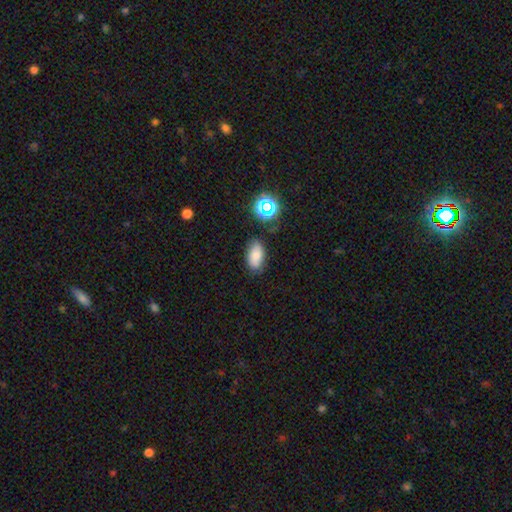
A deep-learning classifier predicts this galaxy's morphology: This appears to be a smooth galaxy with no disk features (76%) that is in between round and cigar-shaped (91%). Merging: none (77%).